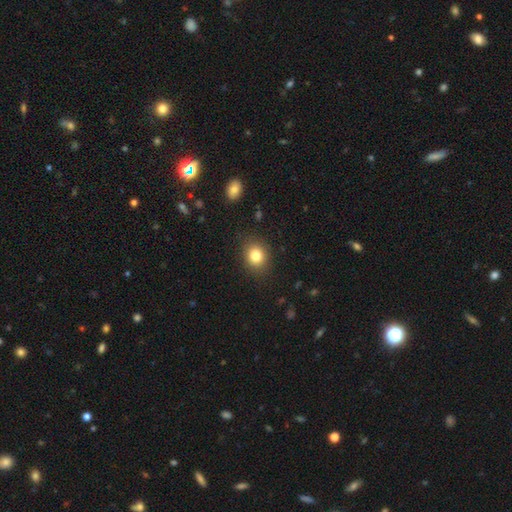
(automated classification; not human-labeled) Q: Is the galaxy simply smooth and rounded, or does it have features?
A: smooth — 81%.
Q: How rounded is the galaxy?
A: round — 61%.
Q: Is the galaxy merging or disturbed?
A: none — 86%.